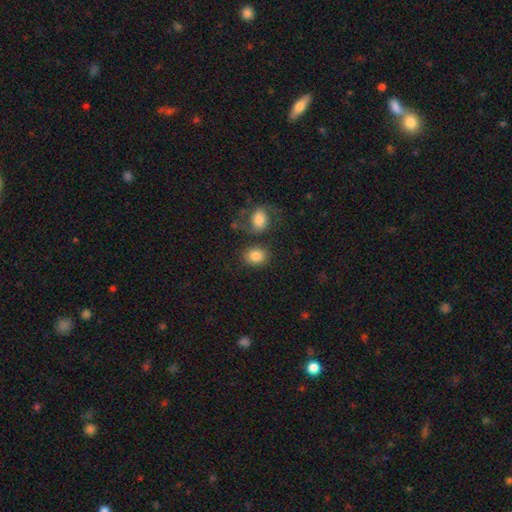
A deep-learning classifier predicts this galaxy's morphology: type=smooth (83%); roundness=round (52%); merging=none (65%).